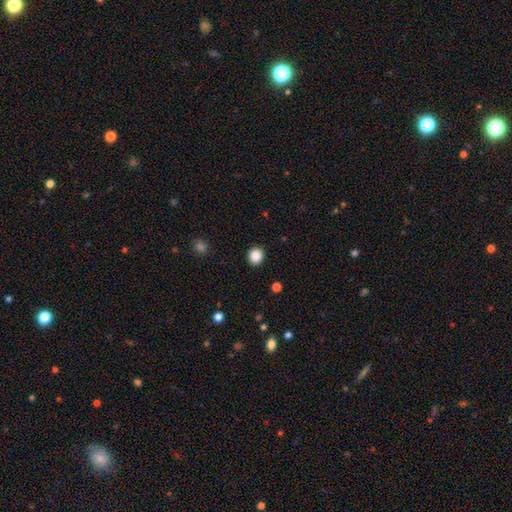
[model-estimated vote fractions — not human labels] smooth 87%, star or artifact 10%, featured or disk 3%. Down the decision tree: how rounded — round (83%); merging — none (91%).